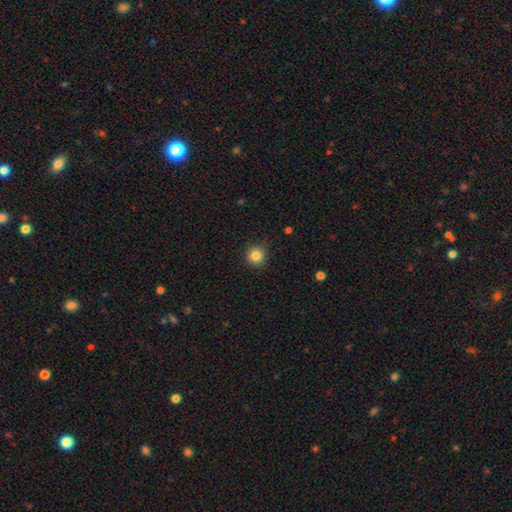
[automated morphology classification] smooth 84%, star or artifact 11%, featured or disk 4%. Down the decision tree: how rounded — round (94%); merging — none (89%).